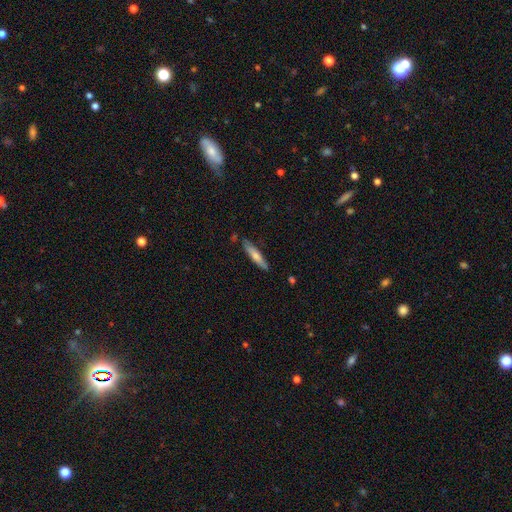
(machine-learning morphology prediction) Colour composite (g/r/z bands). It shows a smooth galaxy with no disk features (61%) that is cigar-shaped (89%). Merging: none (83%).